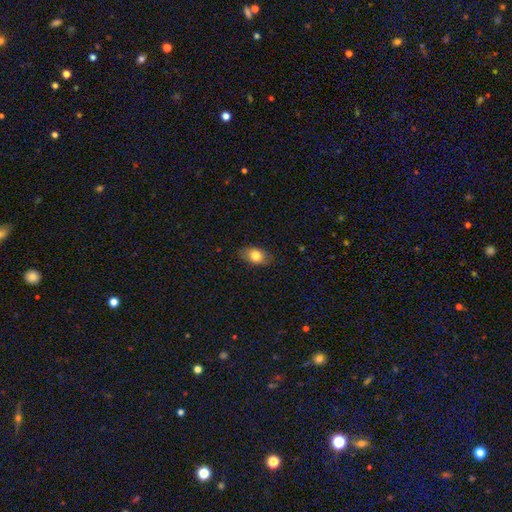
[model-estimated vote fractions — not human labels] smooth 81%, featured or disk 12%, star or artifact 8%. Down the decision tree: how rounded — in between (85%); merging — none (83%).